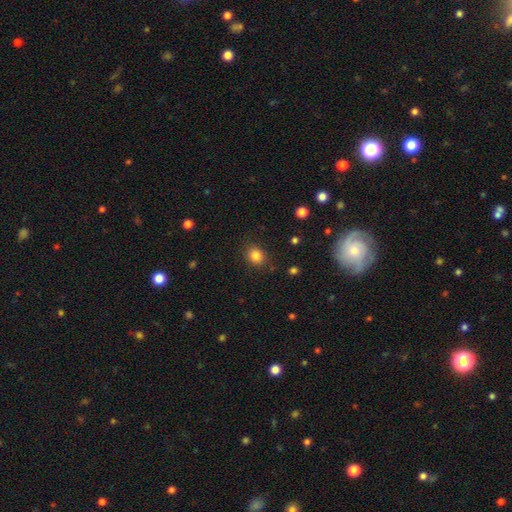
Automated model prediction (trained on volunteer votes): A smooth galaxy with no disk features (84%) that is round (67%). Merging: none (86%).